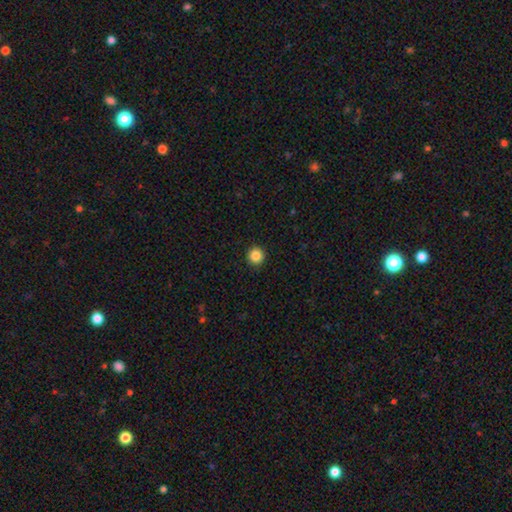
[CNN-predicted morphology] The model was most divided on "smooth or featured": smooth: 86%, star or artifact: 10%, featured or disk: 4%. More confident: how rounded — round (96%); merging — none (93%).